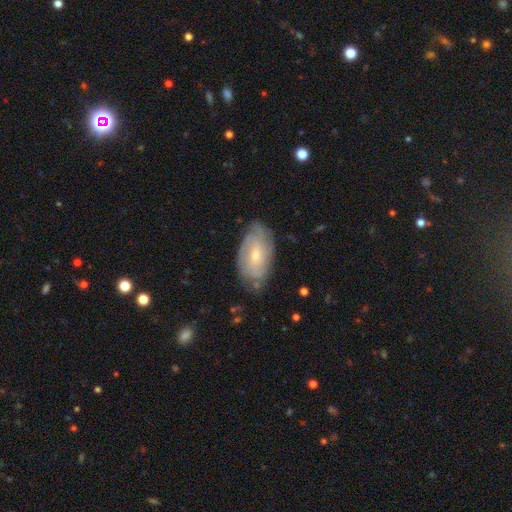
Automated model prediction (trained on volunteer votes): smooth_or_featured: featured or disk (p=0.63) [alt: smooth p=0.31]
disk_edge_on: no (p=0.93) [alt: yes p=0.07]
bar: no (p=0.59) [alt: weak p=0.35]
has_spiral_arms: yes (p=0.83) [alt: no p=0.17]
bulge_size: small (p=0.62) [alt: moderate p=0.34]
merging: none (p=0.70) [alt: minor disturbance p=0.23]